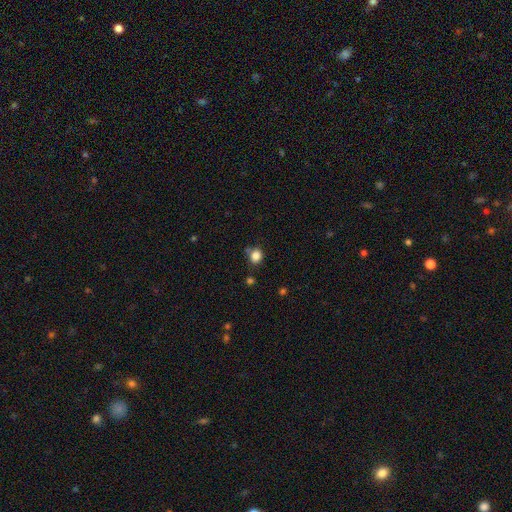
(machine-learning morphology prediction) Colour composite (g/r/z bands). It shows a smooth galaxy with no disk features (84%) that is round (74%). Merging: none (73%).